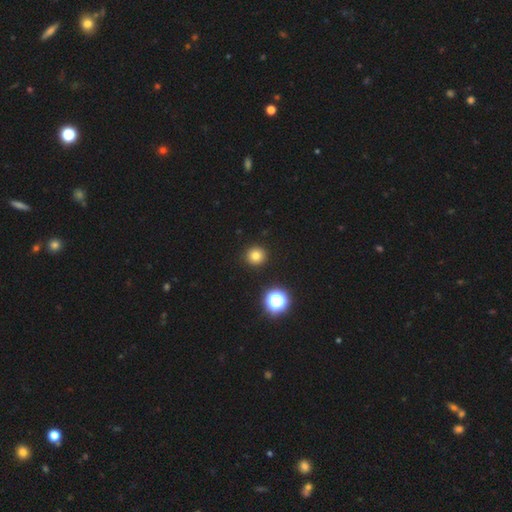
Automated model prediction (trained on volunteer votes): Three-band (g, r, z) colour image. It shows a smooth galaxy with no disk features (79%) that is round (95%). Merging: none (92%).